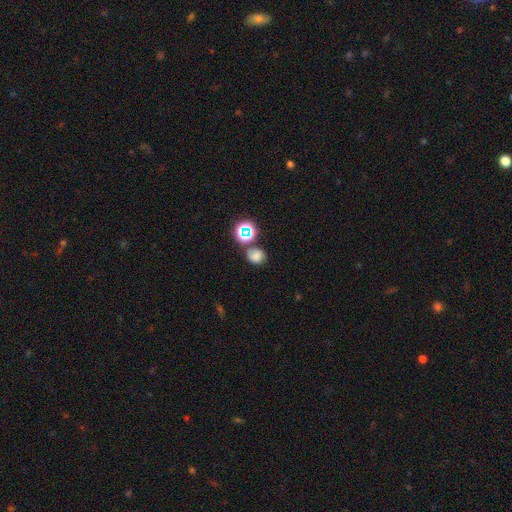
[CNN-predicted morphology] Overall: smooth (68%). How rounded: round (68%; in between 31%). Merging: none (64%).